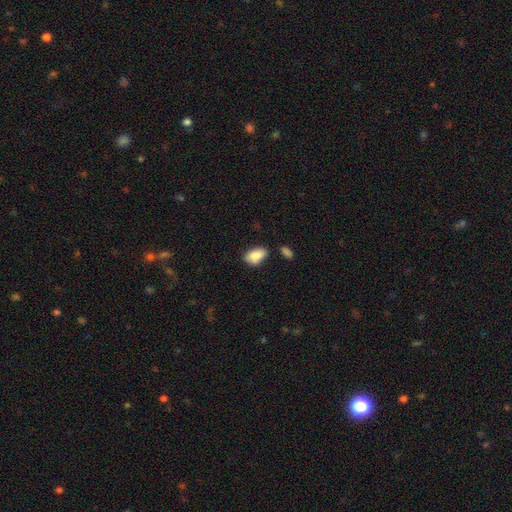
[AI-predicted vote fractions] Q: Smooth or featured?
A: smooth (83%); runner-up: featured or disk (10%)
Q: How rounded?
A: in between (90%); runner-up: round (8%)
Q: Merging?
A: none (66%); runner-up: minor disturbance (22%)